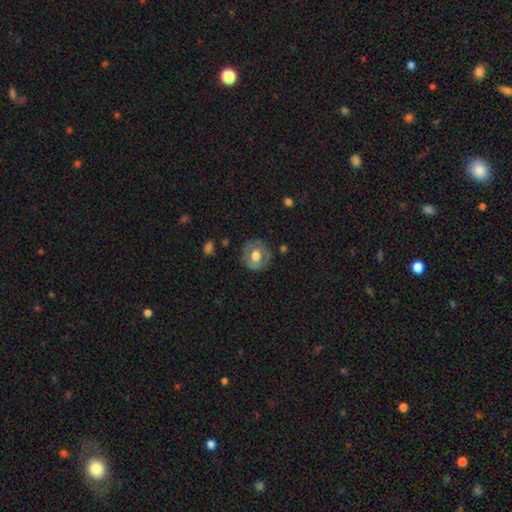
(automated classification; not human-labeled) Morphology: type=smooth (53%); roundness=round (85%); merging=none (78%).